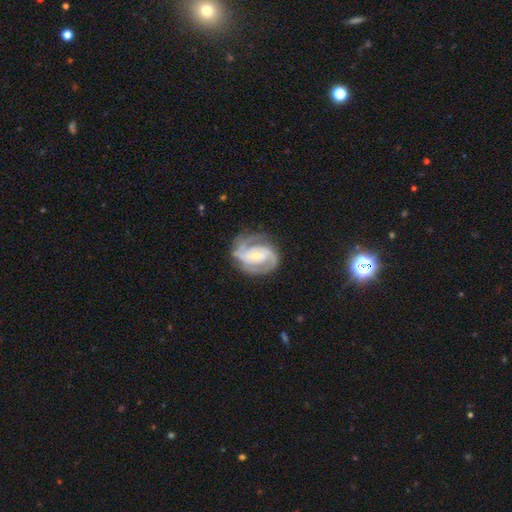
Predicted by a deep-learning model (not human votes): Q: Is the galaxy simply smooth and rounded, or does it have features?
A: featured or disk — 89%.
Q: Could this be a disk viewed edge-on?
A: no — 98%.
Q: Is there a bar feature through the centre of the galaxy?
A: weak — 39%.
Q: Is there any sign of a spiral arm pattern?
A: yes — 97%.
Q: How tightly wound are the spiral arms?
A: tight — 46%.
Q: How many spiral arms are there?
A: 2 — 69%.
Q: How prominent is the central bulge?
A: small — 57%.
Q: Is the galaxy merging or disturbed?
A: none — 70%.